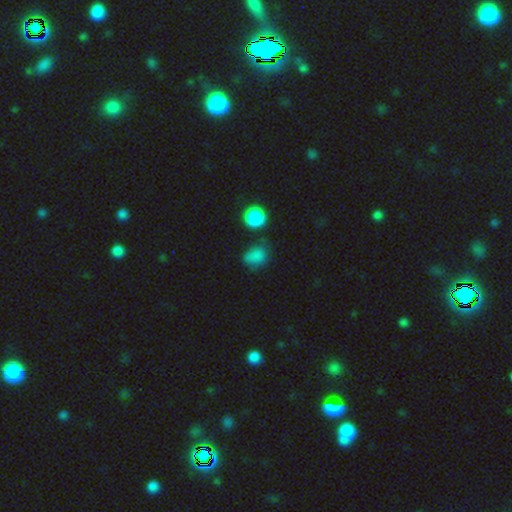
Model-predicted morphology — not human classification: A smooth galaxy with no disk features (80%) that is round (53%).

Vote fractions:
- Smooth or featured? smooth: 80% / star or artifact: 14% / featured or disk: 6%
- How rounded? round: 53% / in between: 45% / cigar-shaped: 2%
- Merging? none: 56% / minor disturbance: 26% / major disturbance: 10% / merger: 9%